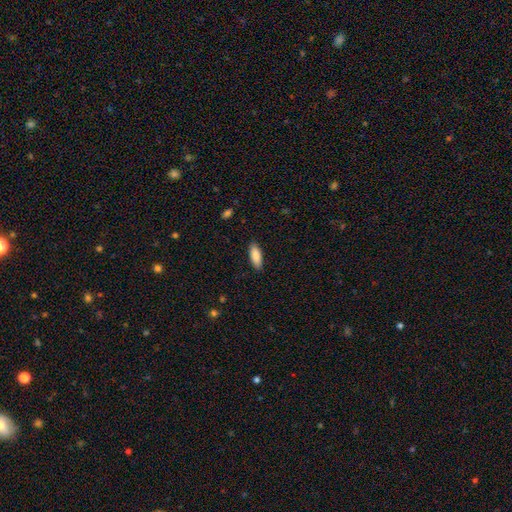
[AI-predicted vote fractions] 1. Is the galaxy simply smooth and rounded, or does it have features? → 87% smooth, 7% featured or disk, 6% star or artifact.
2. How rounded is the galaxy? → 71% in between, 27% cigar-shaped, 2% round.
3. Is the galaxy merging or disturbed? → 88% none, 9% minor disturbance, 2% major disturbance, 1% merger.